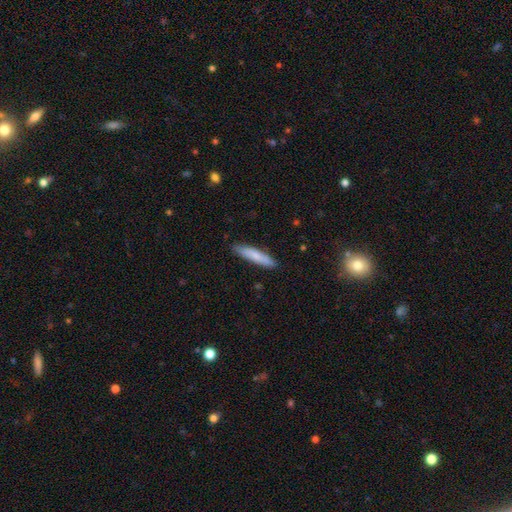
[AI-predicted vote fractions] smooth 76%, featured or disk 19%, star or artifact 6%. Down the decision tree: how rounded — cigar-shaped (85%); merging — none (87%).